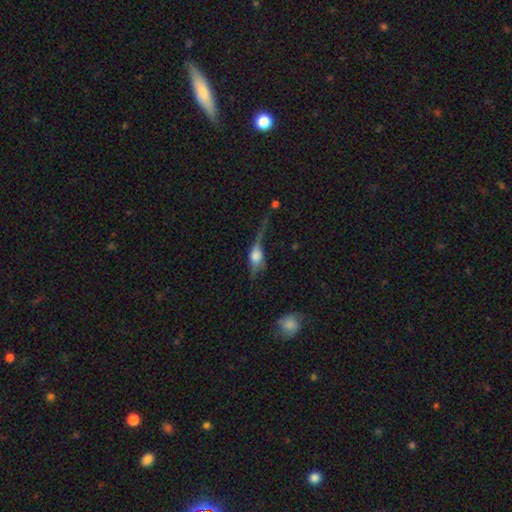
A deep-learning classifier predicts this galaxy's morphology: smooth_or_featured: featured or disk (p=0.48) [alt: smooth p=0.42]
merging: major disturbance (p=0.42) [alt: none p=0.29]